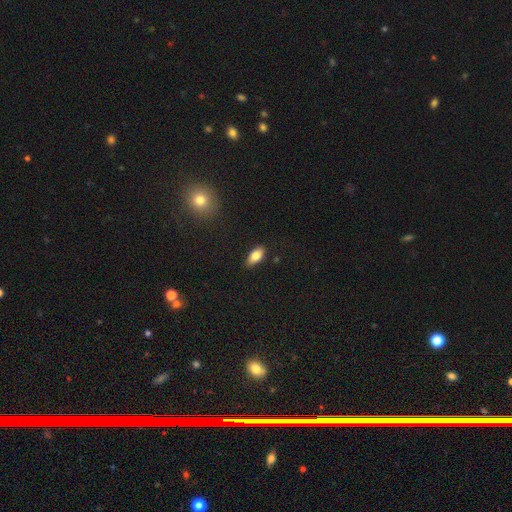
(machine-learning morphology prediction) Smooth or featured: smooth — 82% (featured or disk — 11%)
How rounded: in between — 88% (cigar-shaped — 9%)
Merging: none — 81% (minor disturbance — 15%)